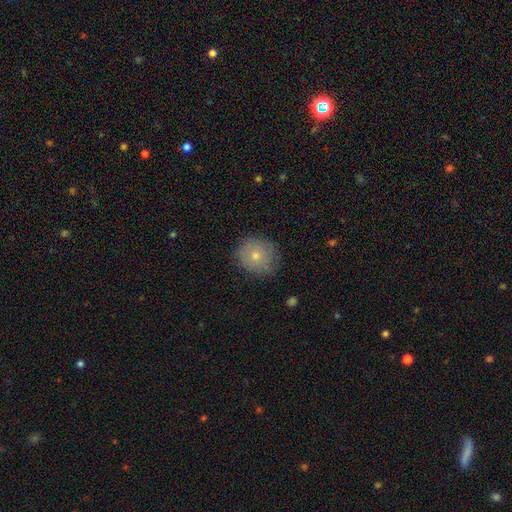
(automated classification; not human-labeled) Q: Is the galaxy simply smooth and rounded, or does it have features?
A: smooth — 71%.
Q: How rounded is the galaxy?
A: round — 88%.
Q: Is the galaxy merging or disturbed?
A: none — 79%.